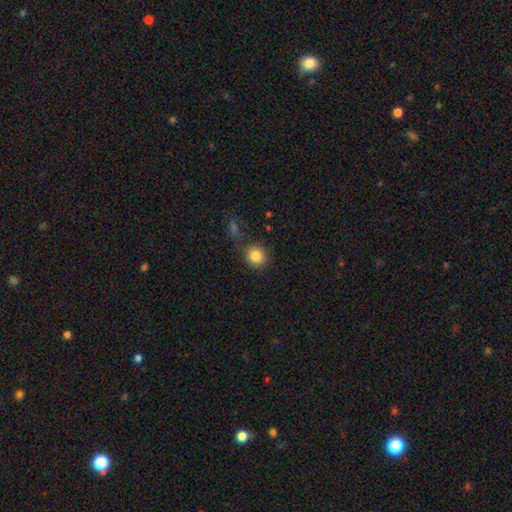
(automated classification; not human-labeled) Smooth or featured? Predicted: smooth (p=0.85). How rounded? Predicted: round (p=0.83). Merging? Predicted: none (p=0.76).